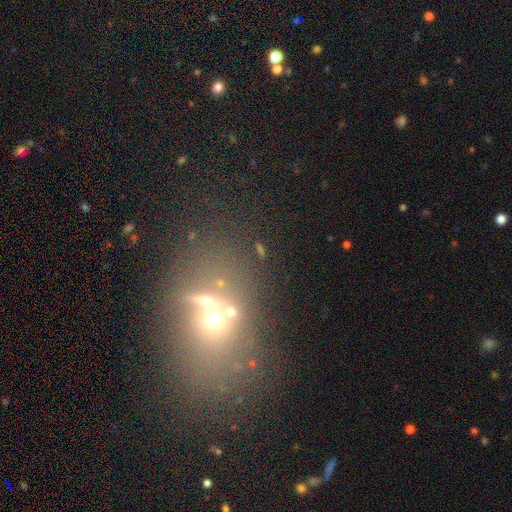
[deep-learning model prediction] Q: Smooth or featured?
A: smooth (38%); tied with: star or artifact (38%)
Q: Merging?
A: none (47%); runner-up: merger (36%)